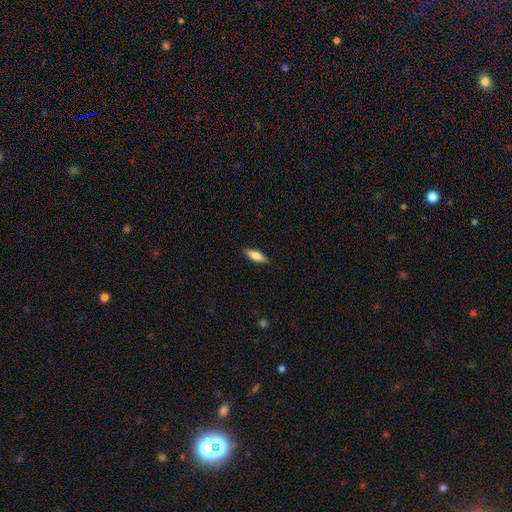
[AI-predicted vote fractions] A smooth galaxy with no disk features (74%) that is in between round and cigar-shaped (60%).

Vote fractions:
- Smooth or featured? smooth: 74% / featured or disk: 20% / star or artifact: 6%
- How rounded? in between: 60% / cigar-shaped: 37% / round: 2%
- Merging? none: 87% / minor disturbance: 10% / major disturbance: 2% / merger: 1%